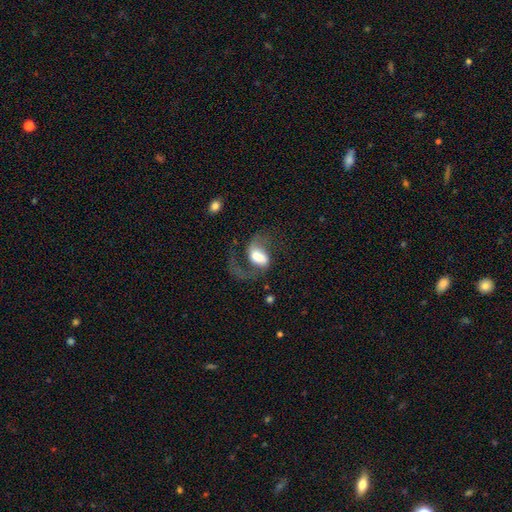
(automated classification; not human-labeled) featured or disk 64%, smooth 28%, star or artifact 8%. Down the decision tree: edge-on disk — no (97%); bar — weak (40%); spiral arms — yes (87%); spiral arm count — 2 (69%); spiral winding — loose (69%); bulge size — large (37%, tied with moderate); merging — major disturbance (45%).